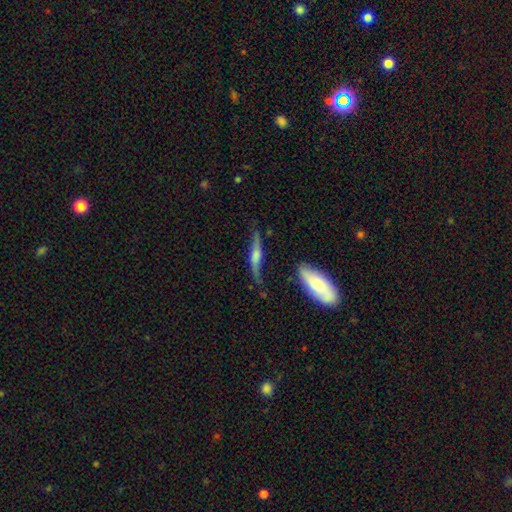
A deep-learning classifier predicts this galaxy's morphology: A featured or disk galaxy (63%) viewed edge-on (77%).

Vote fractions:
- Smooth or featured? featured or disk: 63% / smooth: 29% / star or artifact: 7%
- Edge-on disk? yes: 77% / no: 23%
- Merging? none: 65% / minor disturbance: 23% / major disturbance: 8% / merger: 4%